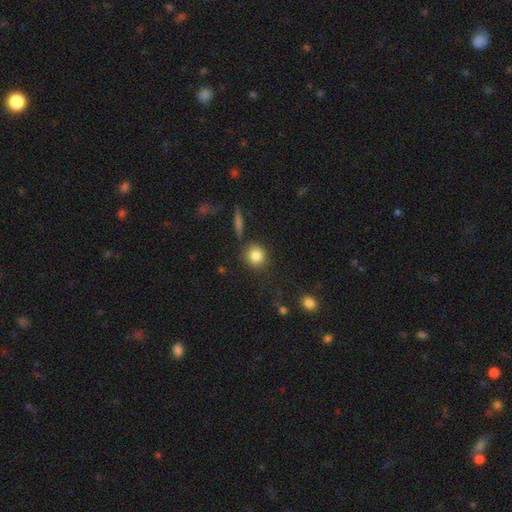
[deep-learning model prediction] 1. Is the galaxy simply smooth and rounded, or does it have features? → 84% smooth, 9% star or artifact, 7% featured or disk.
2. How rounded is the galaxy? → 87% round, 11% in between, 2% cigar-shaped.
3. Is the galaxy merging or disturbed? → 81% none, 10% minor disturbance, 5% merger, 4% major disturbance.